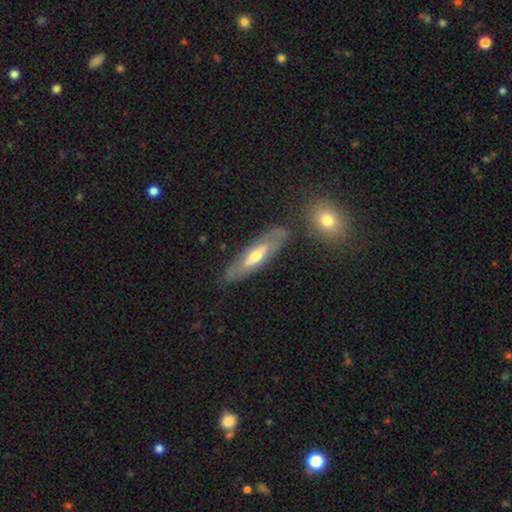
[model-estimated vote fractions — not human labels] Morphology: type=featured or disk (61%); edge-on=no (60%); merging=none (78%).